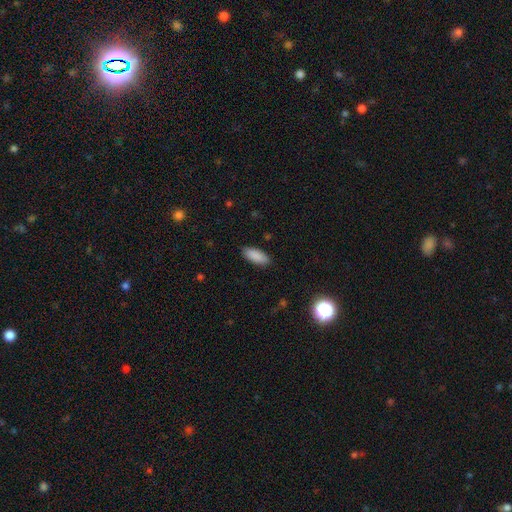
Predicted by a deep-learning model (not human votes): Morphology: type=smooth (89%); roundness=in between (80%); merging=none (89%).